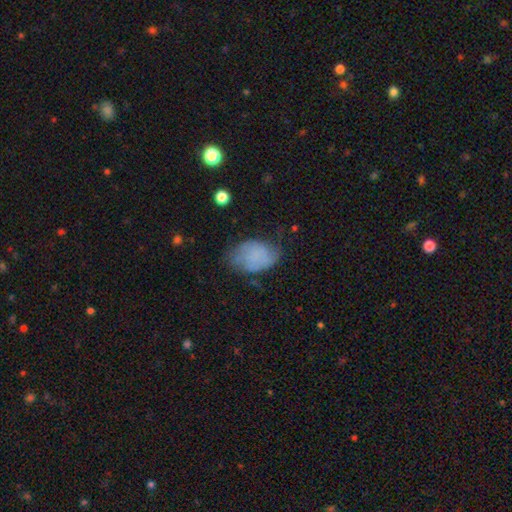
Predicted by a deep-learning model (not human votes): smooth-or-featured: smooth: 61% | featured or disk: 28% | star or artifact: 11%
  how-rounded: in between: 82% | round: 17% | cigar-shaped: 1%
  merging: none: 57% | minor disturbance: 30% | major disturbance: 12% | merger: 2%